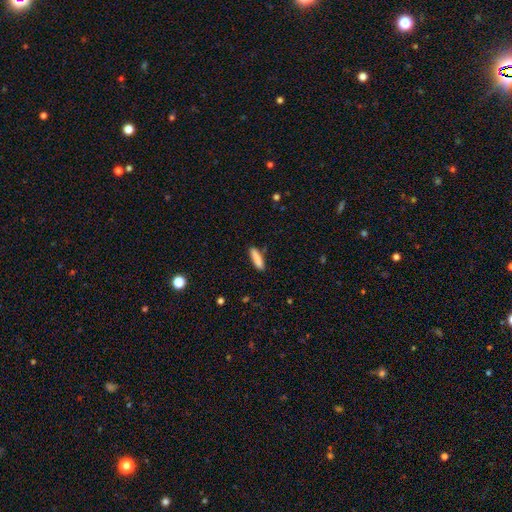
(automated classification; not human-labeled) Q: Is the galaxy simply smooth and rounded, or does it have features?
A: smooth — 86%.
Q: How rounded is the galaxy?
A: cigar-shaped — 71%.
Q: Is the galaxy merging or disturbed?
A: none — 85%.